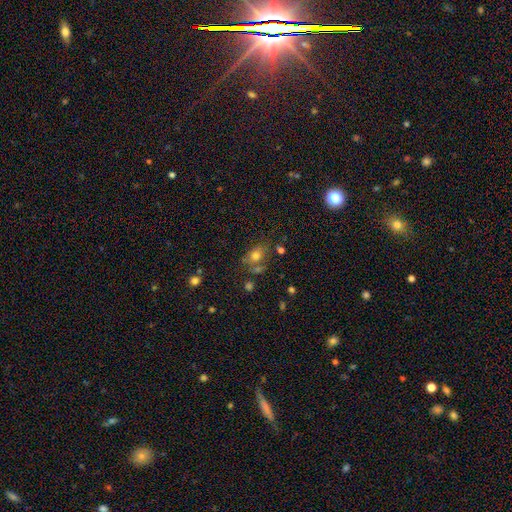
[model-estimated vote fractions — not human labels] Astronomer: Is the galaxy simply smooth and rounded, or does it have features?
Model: smooth — 71%.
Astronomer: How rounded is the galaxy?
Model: in between — 61% (runner-up: round, 37%).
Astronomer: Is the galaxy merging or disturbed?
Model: none — 57%.